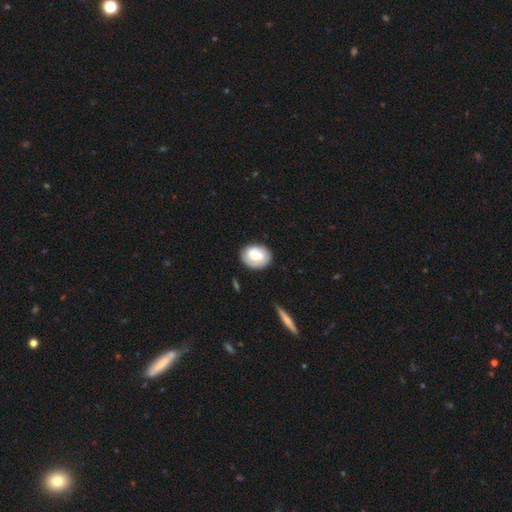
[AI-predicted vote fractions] Overall: smooth (63%; featured or disk 31%). How rounded: in between (52%; round 47%). Merging: none (77%).